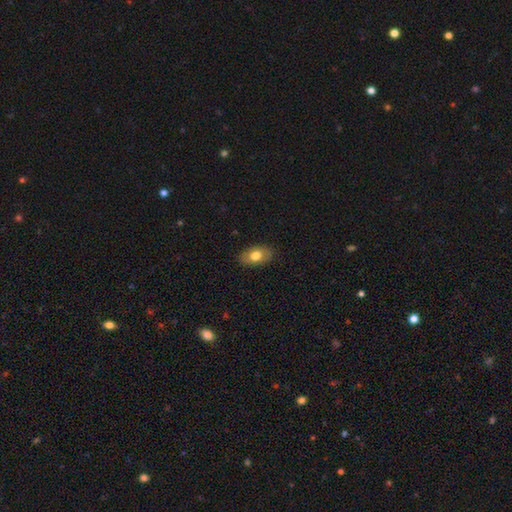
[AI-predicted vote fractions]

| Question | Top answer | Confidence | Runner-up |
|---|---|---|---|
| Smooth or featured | smooth | 75% | featured or disk (18%) |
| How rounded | in between | 89% | round (9%) |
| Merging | none | 85% | minor disturbance (12%) |